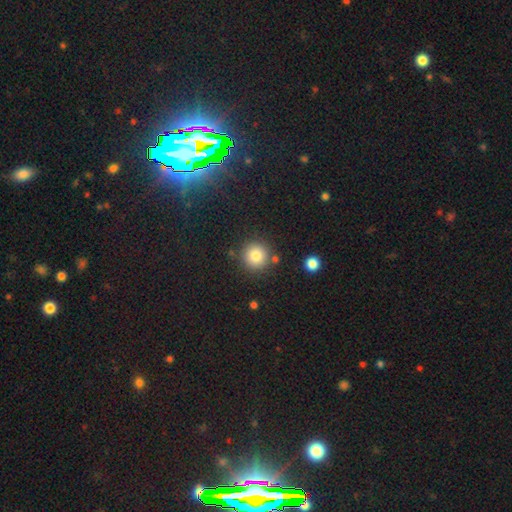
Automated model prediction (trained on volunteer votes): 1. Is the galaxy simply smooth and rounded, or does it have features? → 82% smooth, 12% star or artifact, 7% featured or disk.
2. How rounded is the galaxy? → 95% round, 4% in between, 1% cigar-shaped.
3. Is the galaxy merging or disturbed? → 86% none, 7% minor disturbance, 5% merger, 3% major disturbance.